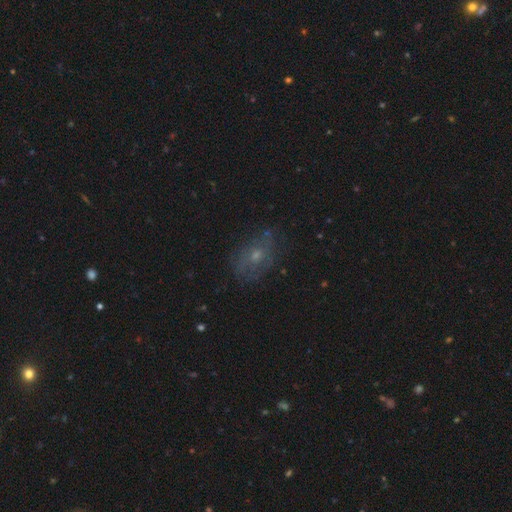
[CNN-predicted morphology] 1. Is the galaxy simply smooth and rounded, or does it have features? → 44% featured or disk, 39% smooth, 17% star or artifact.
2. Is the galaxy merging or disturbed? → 65% none, 22% minor disturbance, 11% major disturbance, 2% merger.